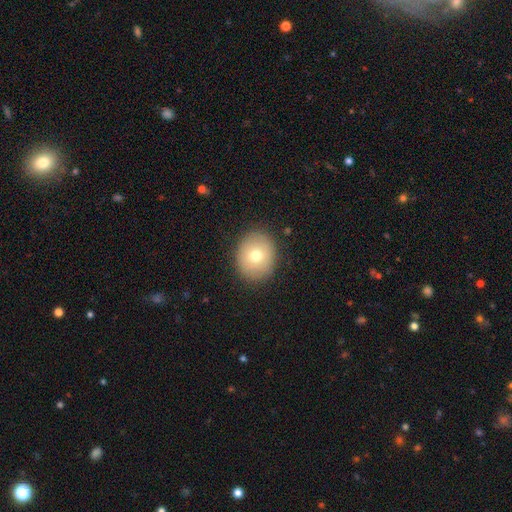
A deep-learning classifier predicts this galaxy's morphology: A smooth galaxy with no disk features (73%) that is round (71%). Merging: none (88%).